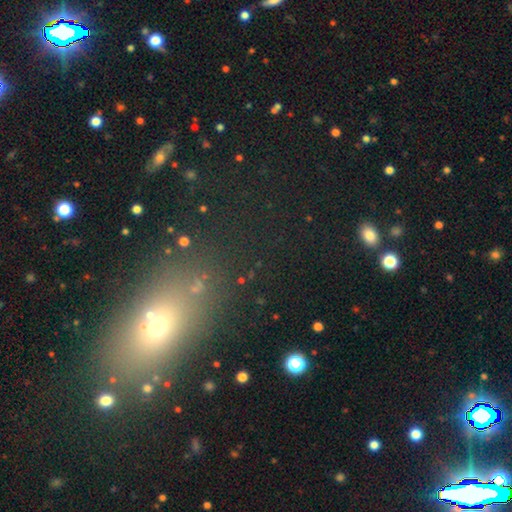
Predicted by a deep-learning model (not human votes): smooth_or_featured: smooth (p=0.45) [alt: star or artifact p=0.41]
merging: none (p=0.74) [alt: minor disturbance p=0.11]